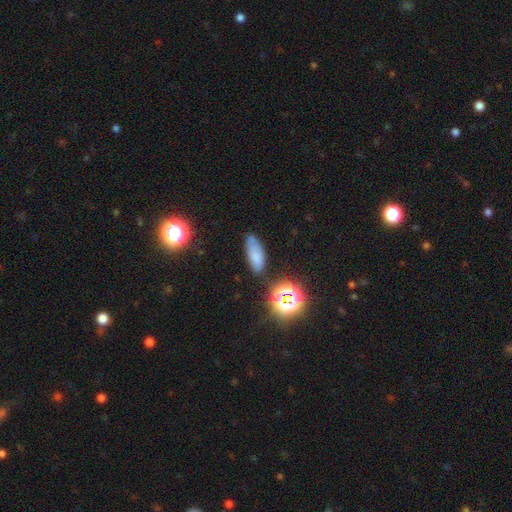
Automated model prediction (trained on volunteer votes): This is likely a smooth galaxy (71%). How rounded: likely in between (72%). Merging: likely none (72%).